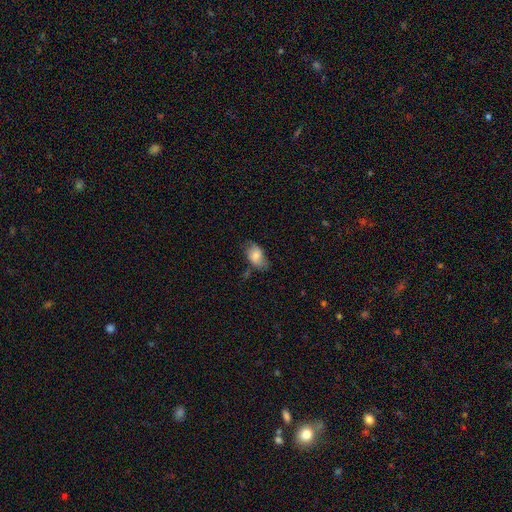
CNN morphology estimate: smooth_or_featured: smooth (p=0.73) [alt: featured or disk p=0.19]
how_rounded: in between (p=0.90) [alt: round p=0.08]
merging: none (p=0.60) [alt: minor disturbance p=0.29]